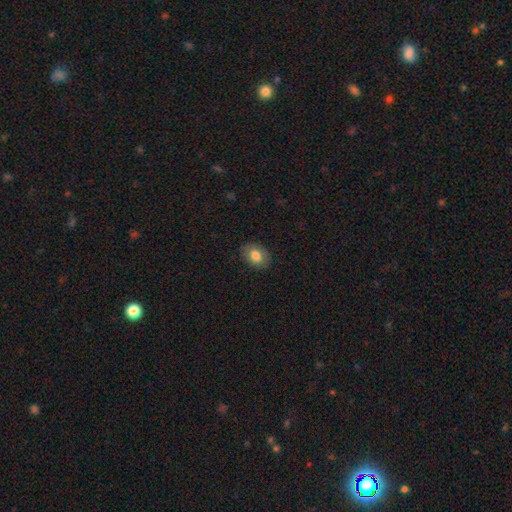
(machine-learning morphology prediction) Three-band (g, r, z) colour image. It shows a smooth galaxy with no disk features (80%) that is in between round and cigar-shaped (72%). Merging: none (86%).